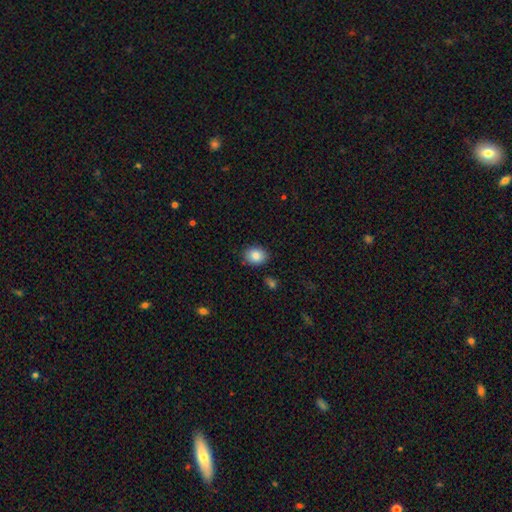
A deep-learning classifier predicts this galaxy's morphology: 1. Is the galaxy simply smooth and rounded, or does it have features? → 87% smooth, 8% star or artifact, 5% featured or disk.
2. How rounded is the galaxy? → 50% in between, 49% round, 1% cigar-shaped.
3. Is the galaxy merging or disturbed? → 85% none, 10% minor disturbance, 2% major disturbance, 2% merger.